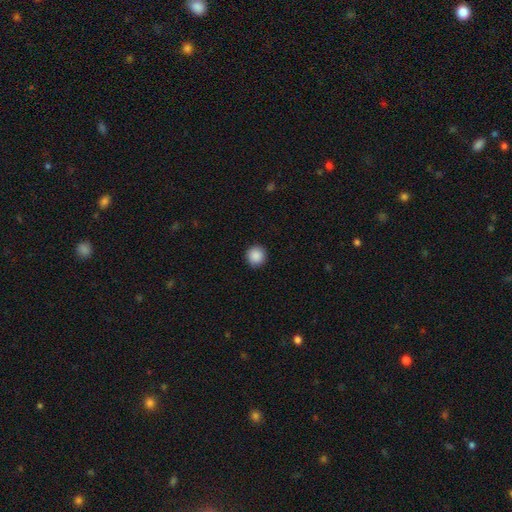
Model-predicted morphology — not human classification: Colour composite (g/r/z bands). It shows a smooth galaxy with no disk features (89%) that is round (95%). Merging: none (92%).